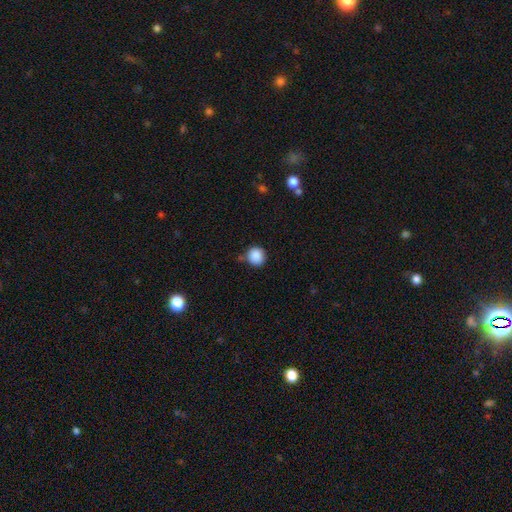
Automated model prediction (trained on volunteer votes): This appears to be a smooth galaxy with no disk features (88%) that is round (91%). Merging: none (78%).